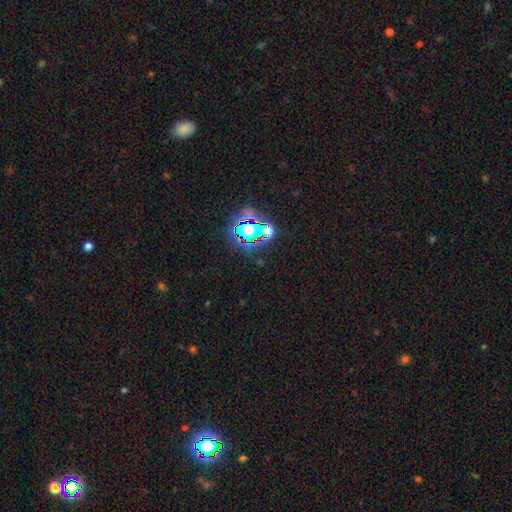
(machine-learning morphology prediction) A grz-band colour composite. It shows a star or artifact, not a galaxy (80%).